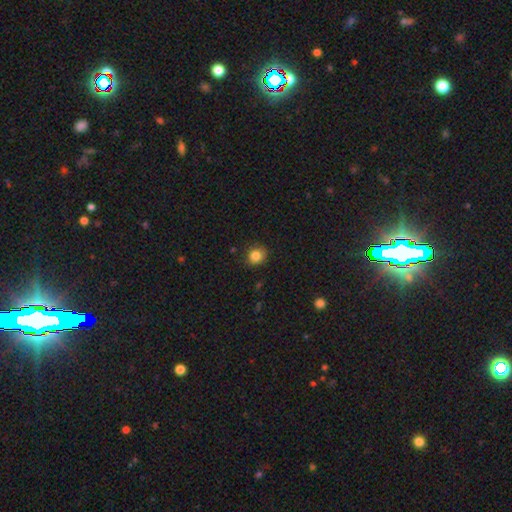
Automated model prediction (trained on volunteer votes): Overall: smooth (84%). How rounded: round (83%). Merging: none (86%).